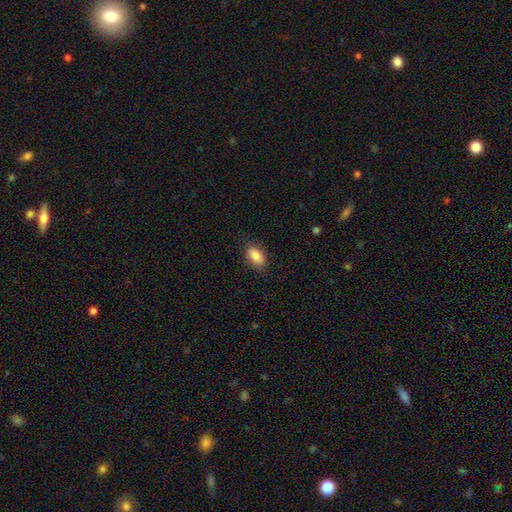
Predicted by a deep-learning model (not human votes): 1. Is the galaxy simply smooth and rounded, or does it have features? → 87% smooth, 7% star or artifact, 6% featured or disk.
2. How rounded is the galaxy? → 90% in between, 7% round, 3% cigar-shaped.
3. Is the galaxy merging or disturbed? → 85% none, 11% minor disturbance, 3% major disturbance, 1% merger.